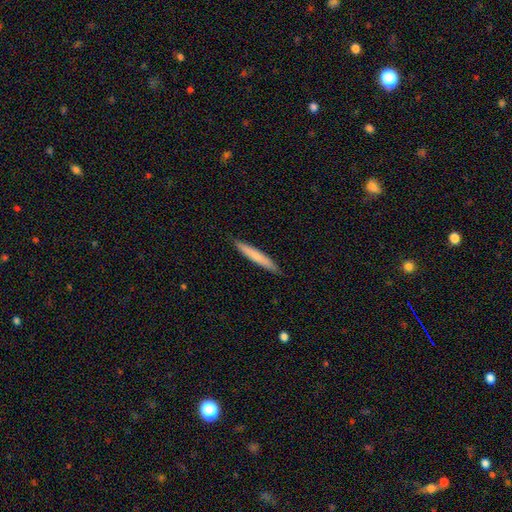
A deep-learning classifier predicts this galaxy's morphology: The model was most divided on "smooth or featured": smooth: 72%, featured or disk: 23%, star or artifact: 5%. More confident: how rounded — cigar-shaped (96%); merging — none (90%).